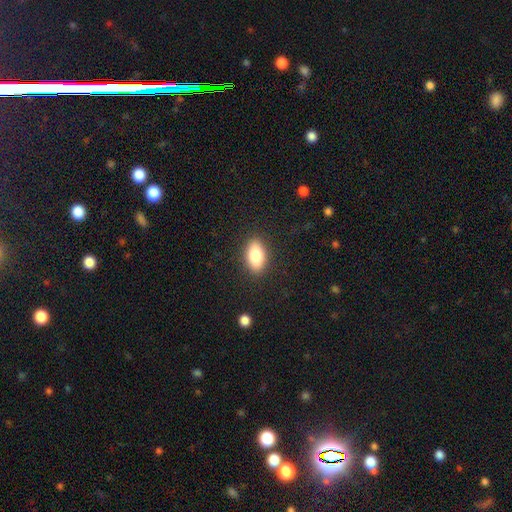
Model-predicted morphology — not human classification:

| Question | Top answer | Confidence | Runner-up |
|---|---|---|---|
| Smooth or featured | smooth | 82% | featured or disk (11%) |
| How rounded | in between | 90% | round (6%) |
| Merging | none | 88% | minor disturbance (9%) |